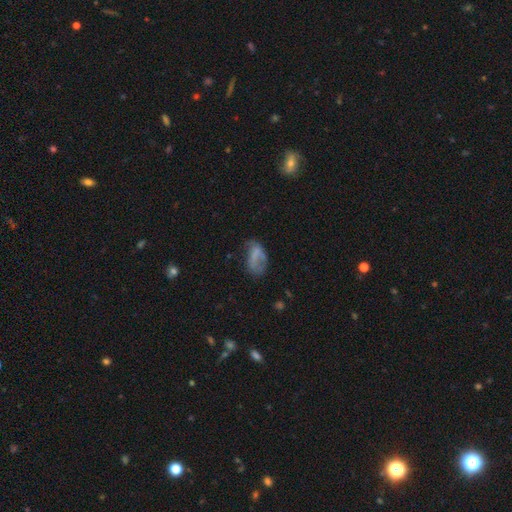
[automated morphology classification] Overall: smooth (57%; featured or disk 31%). How rounded: in between (89%). Merging: major disturbance (34%; none 32%).